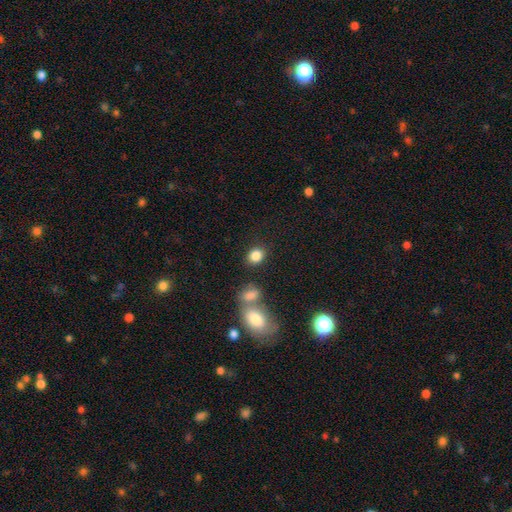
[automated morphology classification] smooth_or_featured: smooth (p=0.84) [alt: star or artifact p=0.10]
how_rounded: round (p=0.51) [alt: in between p=0.47]
merging: none (p=0.74) [alt: merger p=0.12]